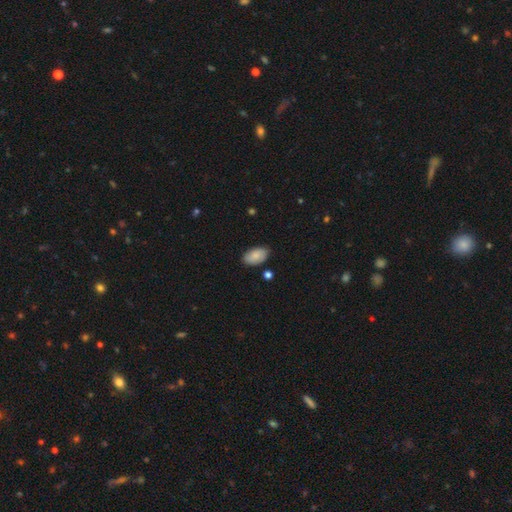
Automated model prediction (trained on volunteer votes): smooth 81%, featured or disk 12%, star or artifact 7%. Down the decision tree: how rounded — in between (94%); merging — none (82%).